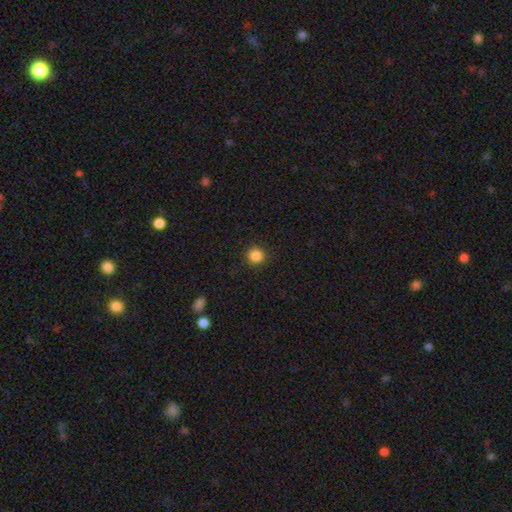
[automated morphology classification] Overall: smooth (86%). How rounded: round (95%). Merging: none (92%).